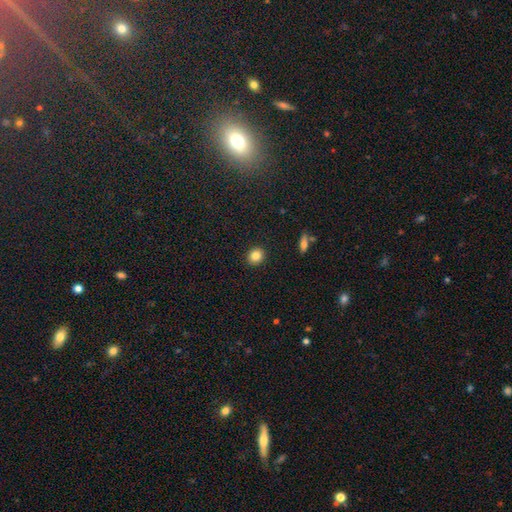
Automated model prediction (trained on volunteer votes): Smooth or featured: smooth — 84% (star or artifact — 10%)
How rounded: round — 78% (in between — 21%)
Merging: none — 91% (minor disturbance — 6%)